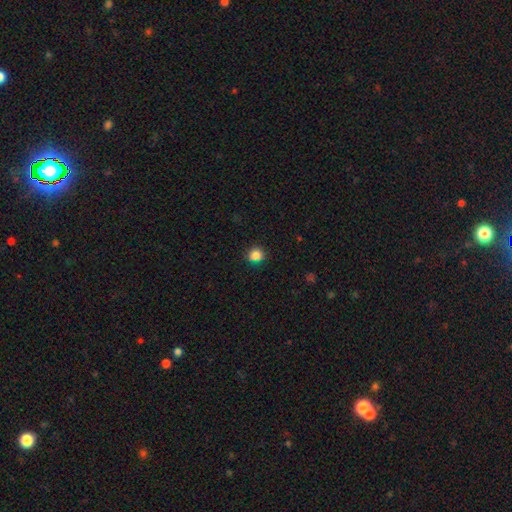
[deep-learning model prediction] Morphology: type=smooth (84%); roundness=round (87%); merging=none (84%).